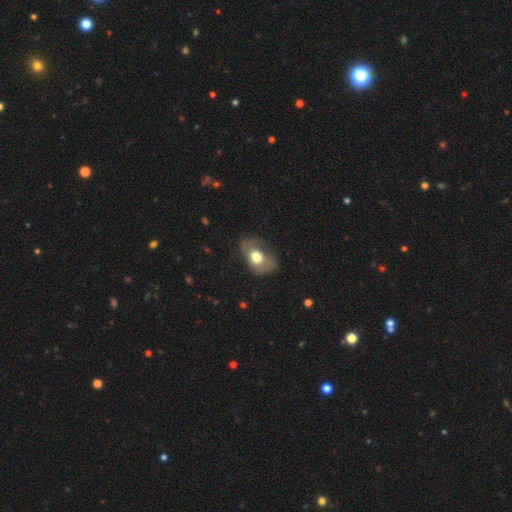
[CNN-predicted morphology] Smooth or featured? smooth (50%)
How rounded? in between (81%)
Merging? none (44%)